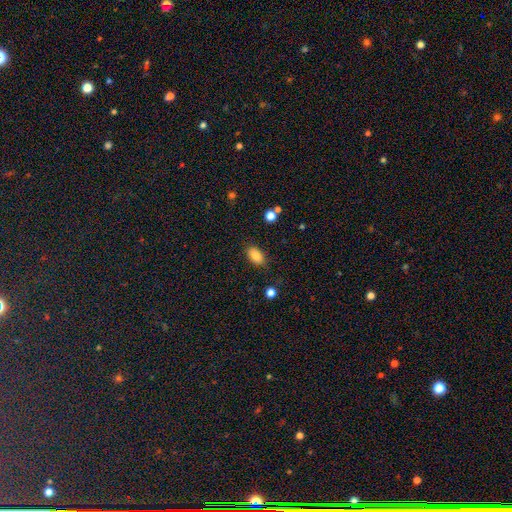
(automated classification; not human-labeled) The model was most divided on "merging": none: 84%, minor disturbance: 11%, major disturbance: 3%, merger: 2%. More confident: how rounded — in between (91%); smooth or featured — smooth (86%).